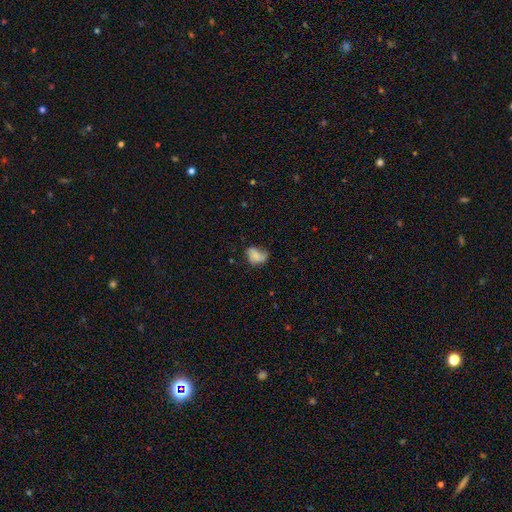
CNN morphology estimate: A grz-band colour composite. It shows a smooth galaxy with no disk features (51%) that is in between round and cigar-shaped (66%). Merging: none (43%).